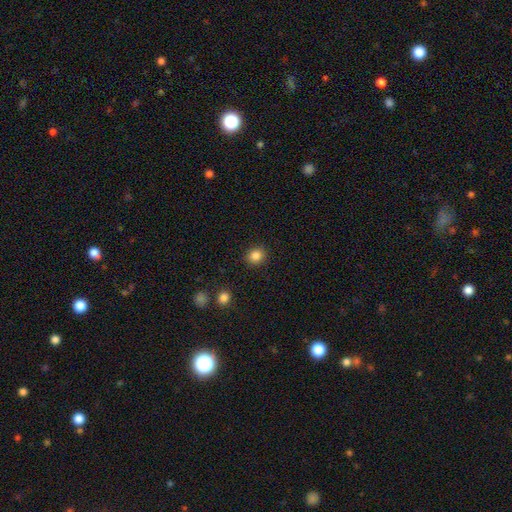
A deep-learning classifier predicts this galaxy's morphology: This appears to be a smooth galaxy with no disk features (86%) that is round (75%). Merging: none (90%).